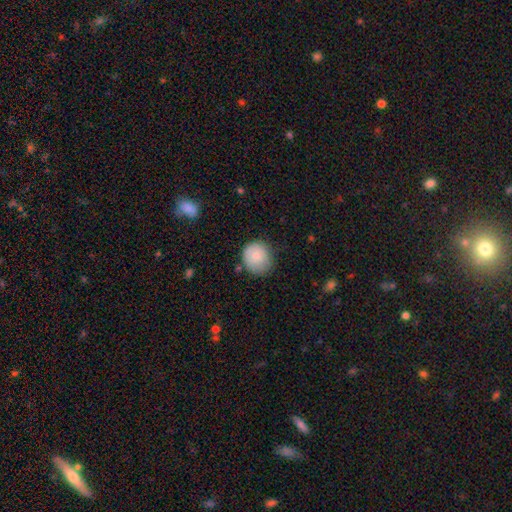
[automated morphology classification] Overall: smooth (83%). How rounded: round (82%). Merging: none (67%).